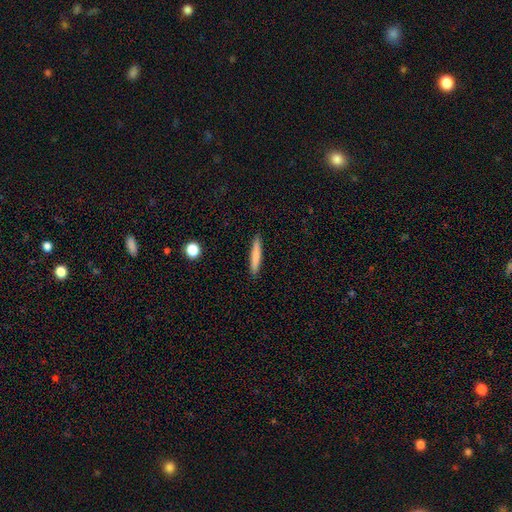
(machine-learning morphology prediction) This appears to be a smooth galaxy with no disk features (76%) that is cigar-shaped (93%). Merging: none (90%).